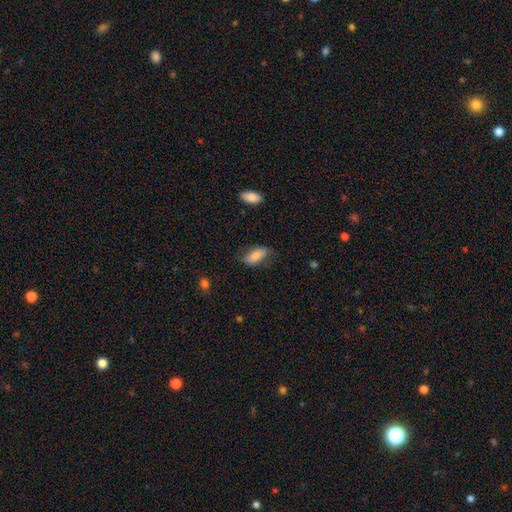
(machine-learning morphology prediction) A smooth galaxy with no disk features (82%) that is in between round and cigar-shaped (86%). Merging: none (65%).